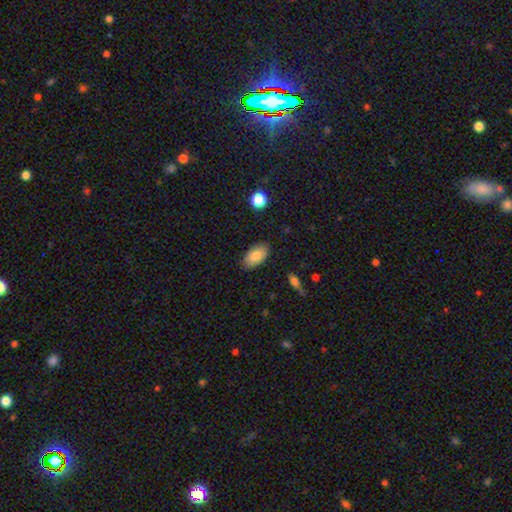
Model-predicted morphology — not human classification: This is clearly a smooth galaxy (82%). How rounded: clearly in between (94%). Merging: clearly none (86%).